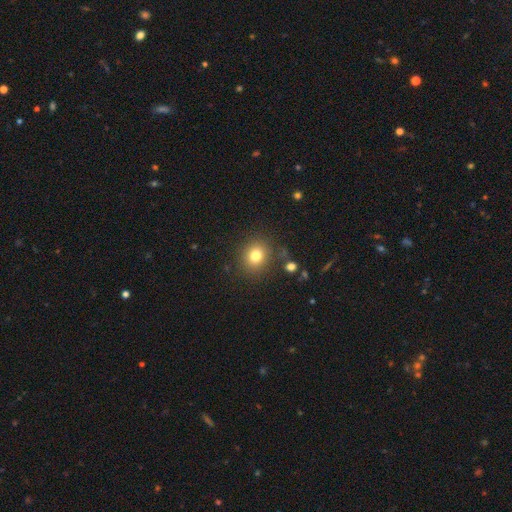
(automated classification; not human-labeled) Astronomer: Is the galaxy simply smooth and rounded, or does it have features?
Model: smooth — 79%.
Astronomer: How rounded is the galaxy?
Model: round — 76%.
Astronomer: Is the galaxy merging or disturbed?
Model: none — 85%.